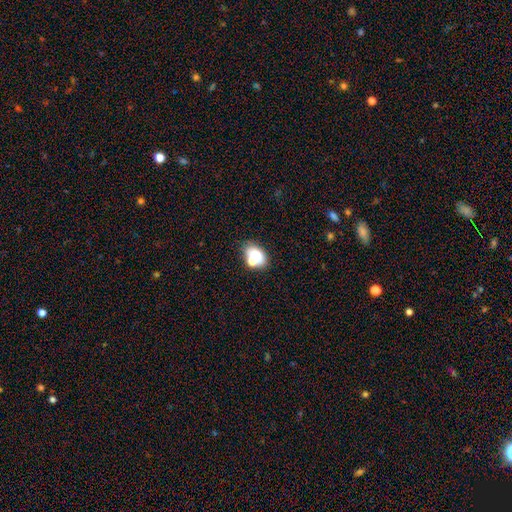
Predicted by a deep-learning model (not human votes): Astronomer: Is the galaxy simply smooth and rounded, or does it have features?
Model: smooth — 67%.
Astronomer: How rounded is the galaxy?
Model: in between — 73%.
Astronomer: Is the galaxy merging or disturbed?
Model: none — 47% (runner-up: merger, 37%).